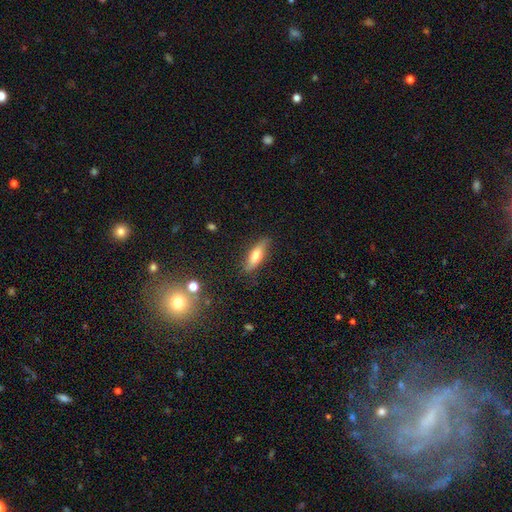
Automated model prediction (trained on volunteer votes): A smooth galaxy with no disk features (60%) that is cigar-shaped (55%).

Vote fractions:
- Smooth or featured? smooth: 60% / featured or disk: 33% / star or artifact: 7%
- How rounded? cigar-shaped: 55% / in between: 43% / round: 2%
- Merging? none: 80% / minor disturbance: 16% / major disturbance: 3% / merger: 2%